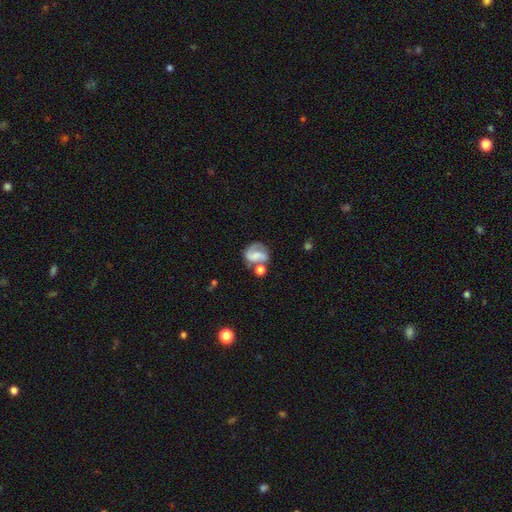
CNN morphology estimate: Overall: featured or disk (57%; smooth 33%). Edge-on disk: no (97%). Bar: no (40%; weak 35%). Spiral arms: yes (79%). Bulge size: none (40%; small 27%). Merging: none (41%; merger 22%).